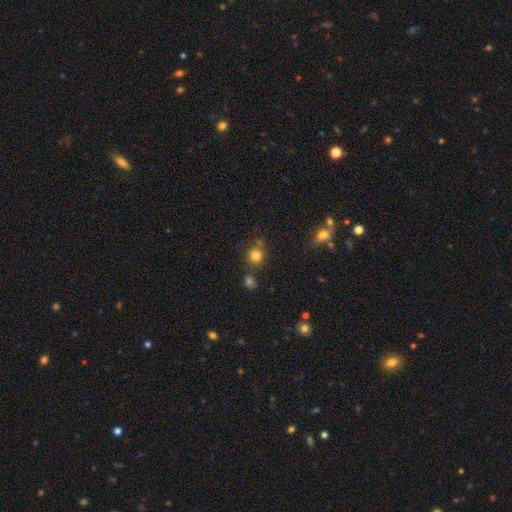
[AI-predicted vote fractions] smooth 81%, star or artifact 13%, featured or disk 7%. Down the decision tree: how rounded — round (85%); merging — none (68%).